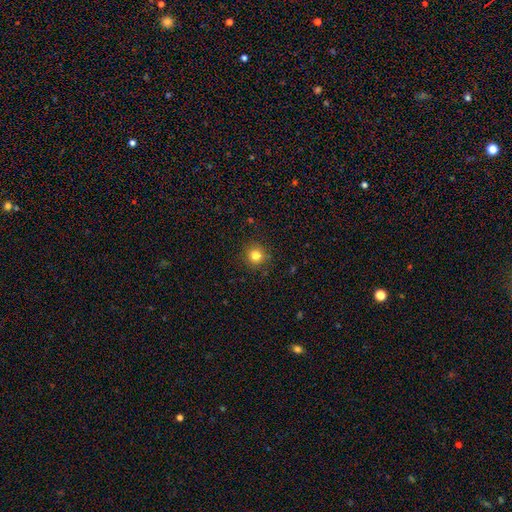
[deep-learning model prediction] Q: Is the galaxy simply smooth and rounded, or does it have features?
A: smooth — 82%.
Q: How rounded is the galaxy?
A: round — 93%.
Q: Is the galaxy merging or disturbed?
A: none — 89%.